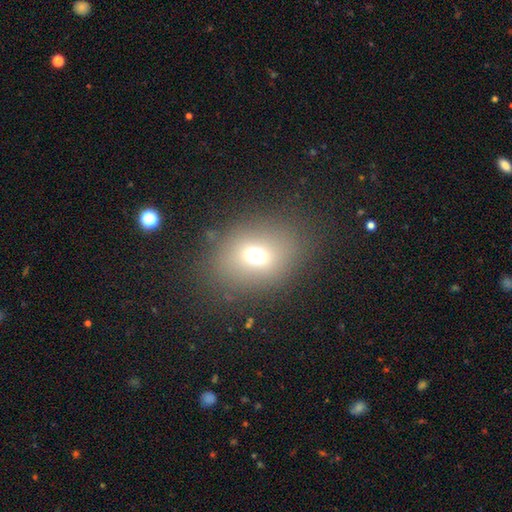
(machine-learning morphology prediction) A smooth galaxy with no disk features (67%) that is round (54%).

Vote fractions:
- Smooth or featured? smooth: 67% / star or artifact: 20% / featured or disk: 13%
- How rounded? round: 54% / in between: 45% / cigar-shaped: 1%
- Merging? none: 80% / minor disturbance: 10% / major disturbance: 7% / merger: 2%